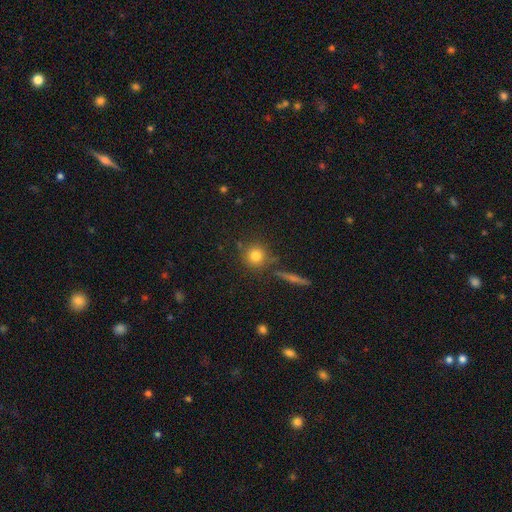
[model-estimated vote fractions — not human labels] smooth_or_featured: smooth (p=0.79) [alt: star or artifact p=0.12]
how_rounded: round (p=0.91) [alt: in between p=0.07]
merging: none (p=0.78) [alt: minor disturbance p=0.10]